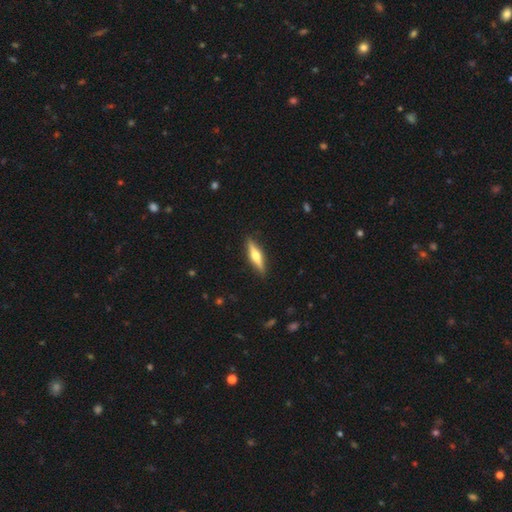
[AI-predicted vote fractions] Smooth or featured: featured or disk — 64% (smooth — 31%)
Edge-on disk: yes — 96% (no — 4%)
Edge-on bulge: rounded — 93% (boxy — 4%)
Merging: none — 90% (minor disturbance — 7%)